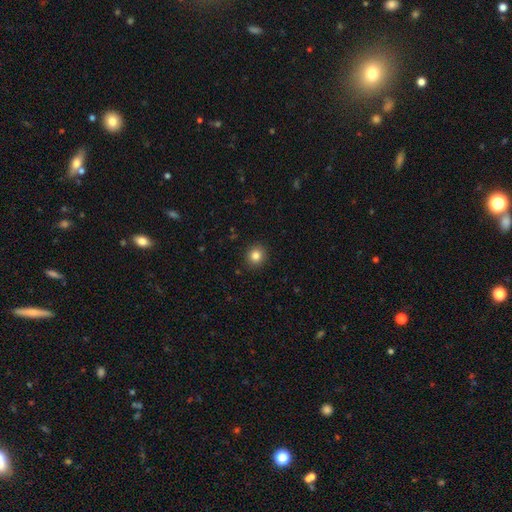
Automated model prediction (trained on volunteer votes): Q: Smooth or featured?
A: smooth (83%); runner-up: star or artifact (11%)
Q: How rounded?
A: round (88%); runner-up: in between (12%)
Q: Merging?
A: none (91%); runner-up: minor disturbance (6%)